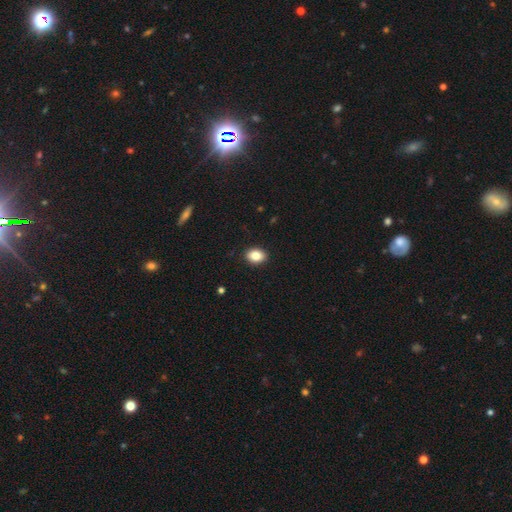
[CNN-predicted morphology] A smooth galaxy with no disk features (85%) that is in between round and cigar-shaped (74%).

Vote fractions:
- Smooth or featured? smooth: 85% / star or artifact: 8% / featured or disk: 7%
- How rounded? in between: 74% / round: 25% / cigar-shaped: 1%
- Merging? none: 91% / minor disturbance: 7% / major disturbance: 2% / merger: 1%